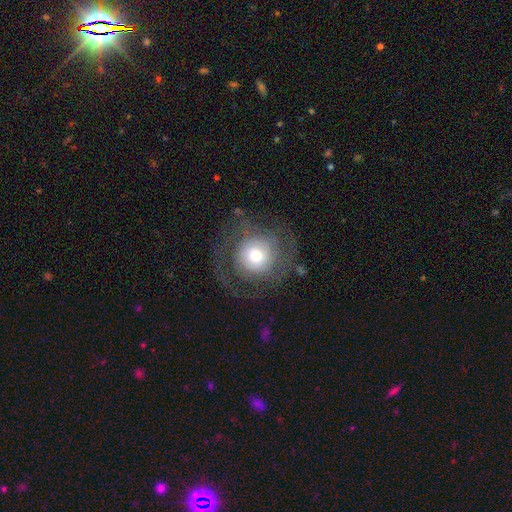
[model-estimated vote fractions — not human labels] smooth-or-featured: featured or disk: 60% | smooth: 32% | star or artifact: 8%
  disk-edge-on: no: 97% | yes: 3%
    bar: no: 79% | weak: 17% | strong: 4%
    has-spiral-arms: yes: 83% | no: 17%
    bulge-size: moderate: 57% | large: 22% | small: 16% | dominant: 4% | none: 1%
  merging: none: 67% | major disturbance: 18% | minor disturbance: 14% | merger: 1%